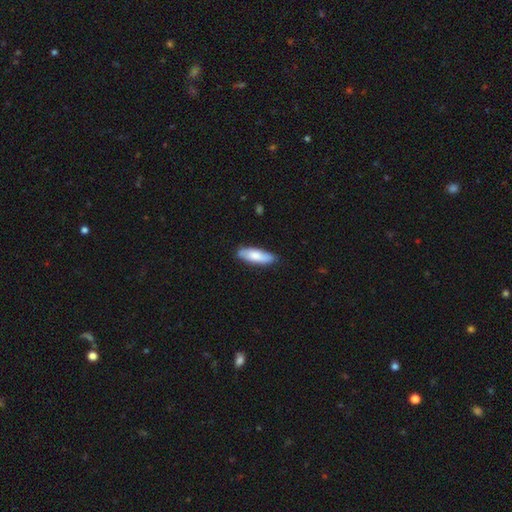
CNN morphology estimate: The model was most divided on "how rounded": in between: 54%, cigar-shaped: 44%, round: 2%. More confident: merging — none (83%); smooth or featured — smooth (78%).